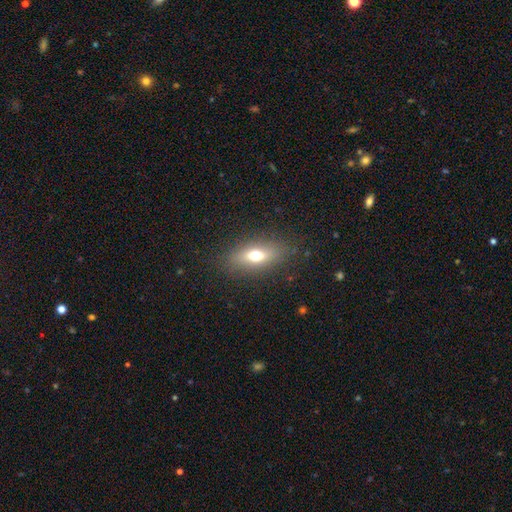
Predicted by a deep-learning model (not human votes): Smooth or featured?
  - smooth: 63% *
  - featured or disk: 25%
  - star or artifact: 12%
How rounded?
  - in between: 69% *
  - cigar-shaped: 20%
  - round: 11%
Merging?
  - none: 83% *
  - minor disturbance: 11%
  - major disturbance: 5%
  - merger: 1%